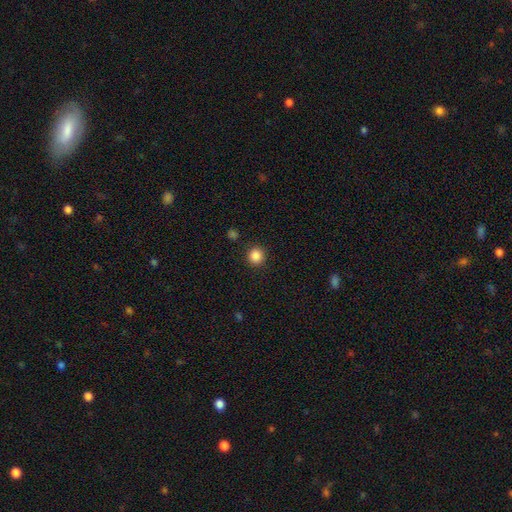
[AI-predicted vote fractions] A smooth galaxy with no disk features (87%) that is round (91%).

Vote fractions:
- Smooth or featured? smooth: 87% / star or artifact: 10% / featured or disk: 3%
- How rounded? round: 91% / in between: 8% / cigar-shaped: 1%
- Merging? none: 91% / minor disturbance: 6% / major disturbance: 2% / merger: 1%